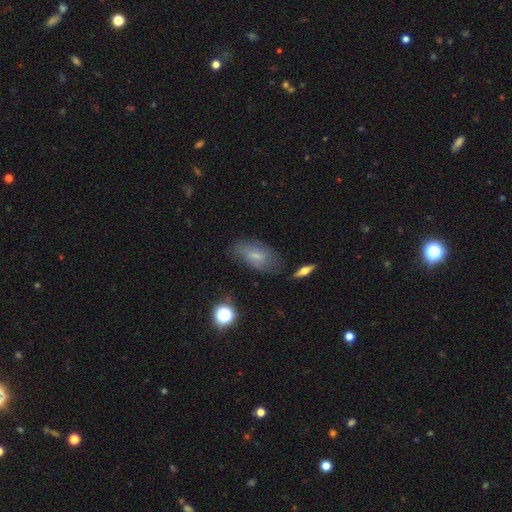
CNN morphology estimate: A smooth galaxy with no disk features (56%) that is in between round and cigar-shaped (88%). Merging: none (67%).